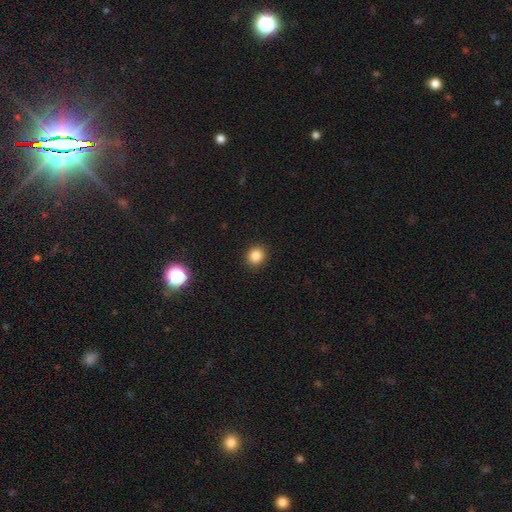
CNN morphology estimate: Smooth or featured?
  - smooth: 84% *
  - star or artifact: 12%
  - featured or disk: 4%
How rounded?
  - round: 89% *
  - in between: 10%
  - cigar-shaped: 1%
Merging?
  - none: 92% *
  - minor disturbance: 5%
  - major disturbance: 2%
  - merger: 1%